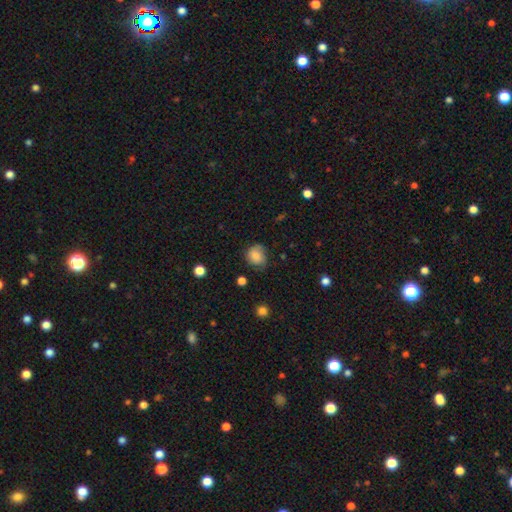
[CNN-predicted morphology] Q: Smooth or featured?
A: smooth (74%); runner-up: featured or disk (17%)
Q: How rounded?
A: round (73%); runner-up: in between (26%)
Q: Merging?
A: none (64%); runner-up: minor disturbance (26%)